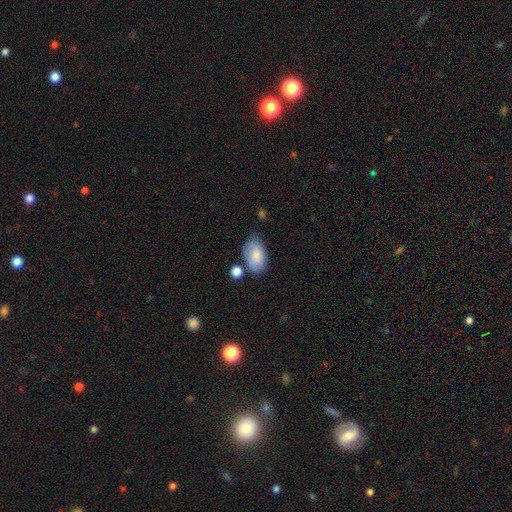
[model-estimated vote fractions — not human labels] Smooth or featured: smooth — 75% (featured or disk — 18%)
How rounded: in between — 92% (round — 7%)
Merging: none — 55% (minor disturbance — 28%)